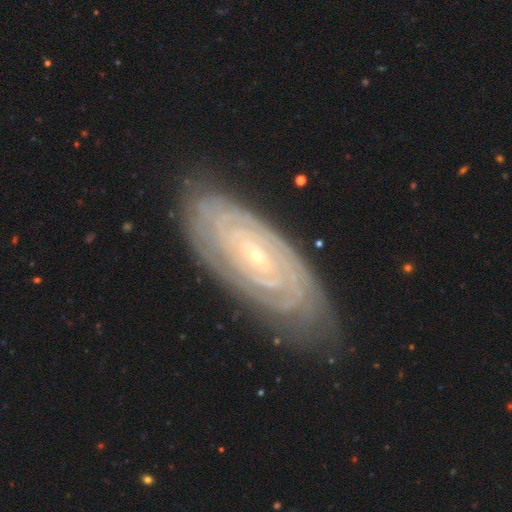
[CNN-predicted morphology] smooth_or_featured: featured or disk (p=0.87) [alt: smooth p=0.07]
disk_edge_on: no (p=0.93) [alt: yes p=0.07]
bar: no (p=0.61) [alt: weak p=0.27]
has_spiral_arms: yes (p=0.97) [alt: no p=0.03]
spiral_winding: tight (p=0.86) [alt: medium p=0.11]
spiral_arm_count: can't tell (p=0.35) [alt: 2 p=0.21]
bulge_size: small (p=0.80) [alt: moderate p=0.17]
merging: none (p=0.79) [alt: minor disturbance p=0.15]